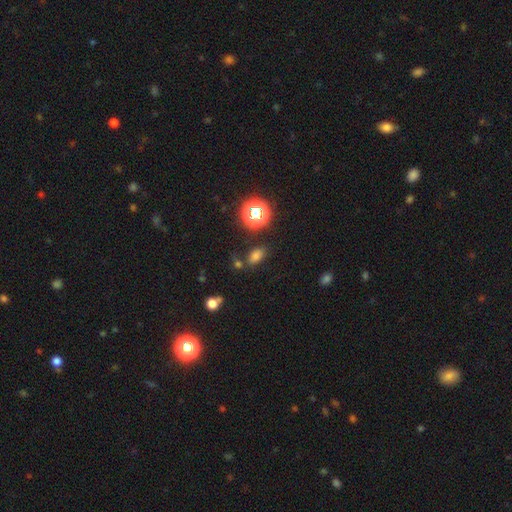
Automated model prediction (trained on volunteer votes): This is likely a smooth galaxy (71%). How rounded: clearly in between (83%). Merging: likely none (74%).